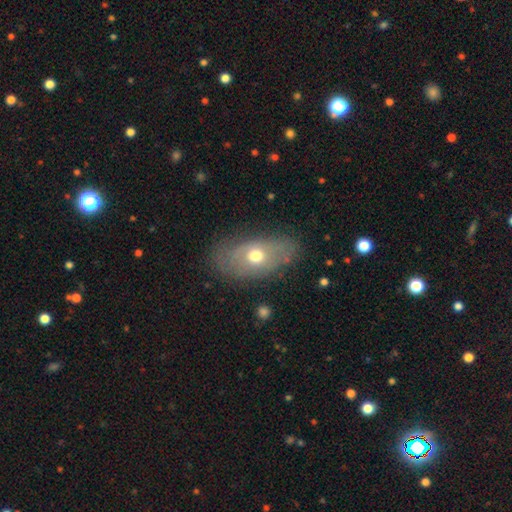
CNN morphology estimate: Smooth or featured? smooth (51%)
How rounded? in between (88%)
Merging? none (77%)